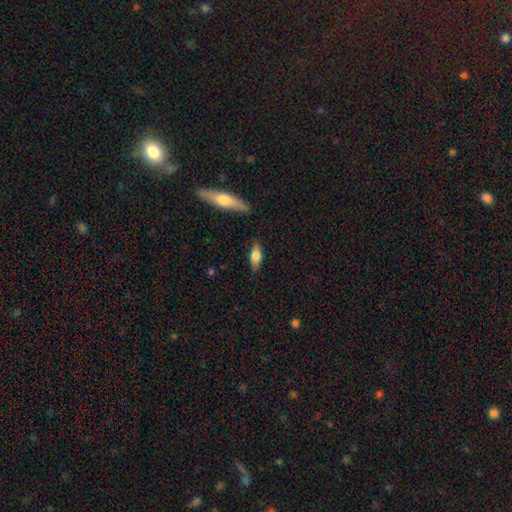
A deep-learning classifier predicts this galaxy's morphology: A smooth galaxy with no disk features (59%) that is in between round and cigar-shaped (64%). Merging: none (83%).